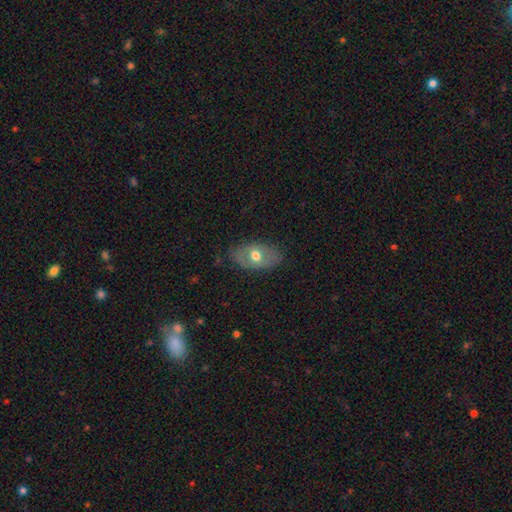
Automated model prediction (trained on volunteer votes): Smooth or featured? Predicted: smooth (p=0.52). How rounded? Predicted: in between (p=0.87). Merging? Predicted: none (p=0.76).